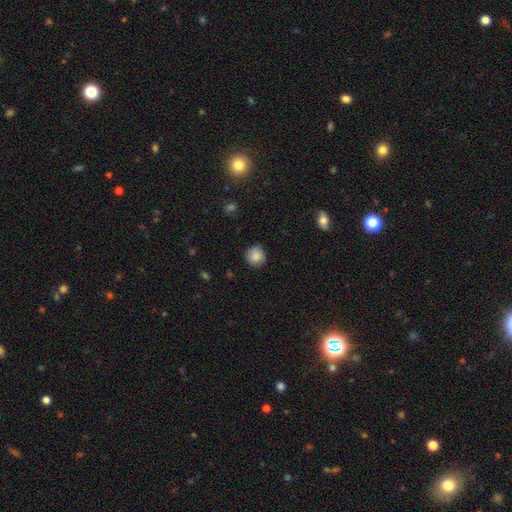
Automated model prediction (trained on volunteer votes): Overall: smooth (87%). How rounded: round (92%). Merging: none (87%).